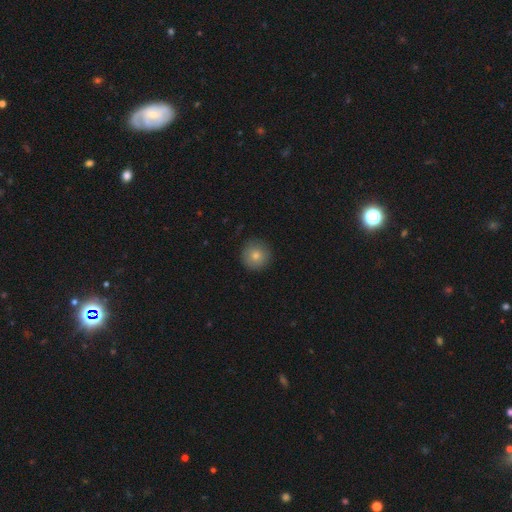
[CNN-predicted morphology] This appears to be a smooth galaxy with no disk features (78%) that is round (96%). Merging: none (88%).